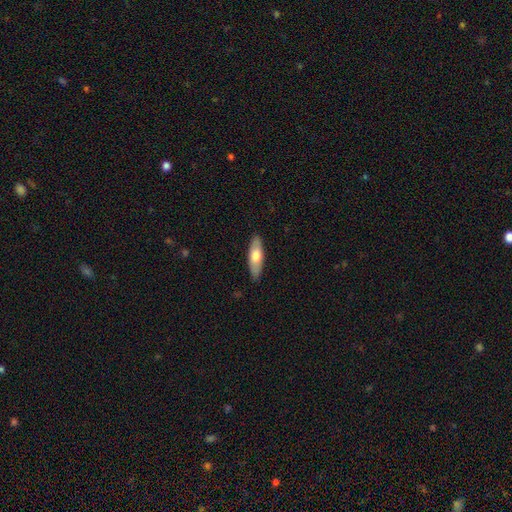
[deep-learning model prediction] The model was most divided on "how rounded": in between: 55%, cigar-shaped: 43%, round: 2%. More confident: merging — none (88%); smooth or featured — smooth (65%).